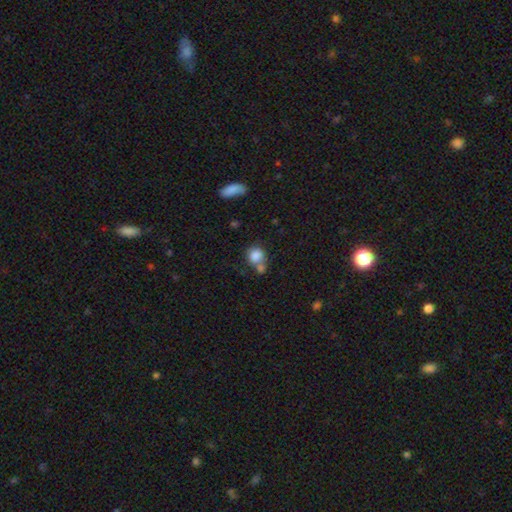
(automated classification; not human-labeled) The model was most divided on "merging" (2-way tie): none: 41%, merger: 41%, minor disturbance: 12%, major disturbance: 6%. More confident: smooth or featured — smooth (83%); how rounded — round (72%).